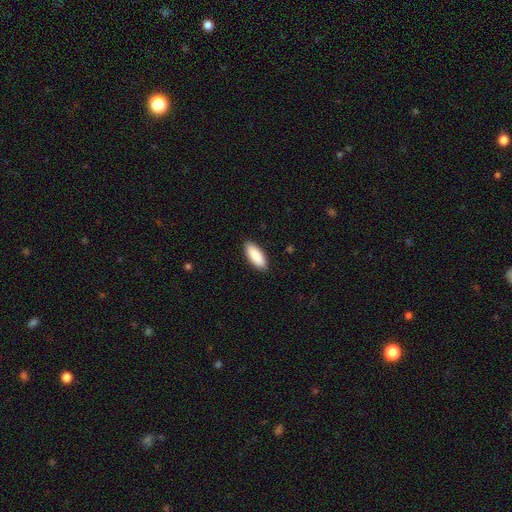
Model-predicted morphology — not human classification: smooth-or-featured: smooth: 90% | star or artifact: 5% | featured or disk: 5%
  how-rounded: in between: 78% | cigar-shaped: 20% | round: 2%
  merging: none: 89% | minor disturbance: 8% | major disturbance: 2% | merger: 1%